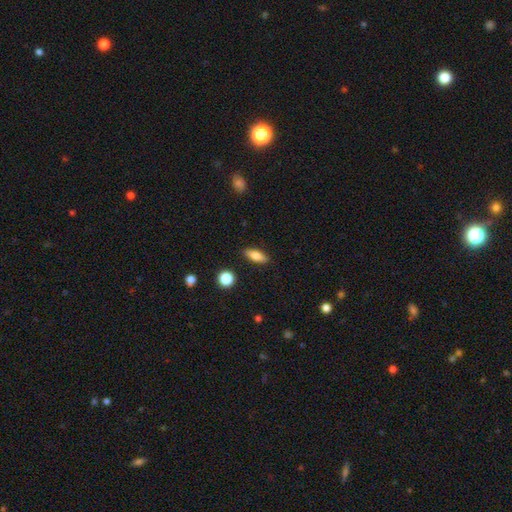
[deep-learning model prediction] Smooth or featured?
  - smooth: 77% *
  - featured or disk: 16%
  - star or artifact: 8%
How rounded?
  - in between: 70% *
  - cigar-shaped: 26%
  - round: 4%
Merging?
  - none: 88% *
  - minor disturbance: 9%
  - major disturbance: 2%
  - merger: 2%